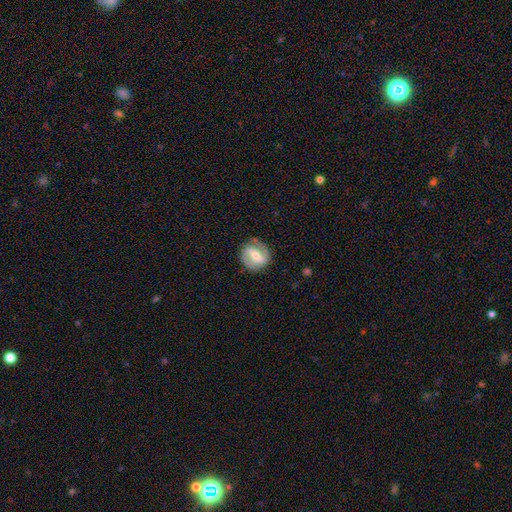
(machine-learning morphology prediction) A featured or disk galaxy (74%) with a strong bar (45%), 2 (87%) medium (46%) spiral arms (88%) and a moderate central bulge (55%). Merging: none (82%).